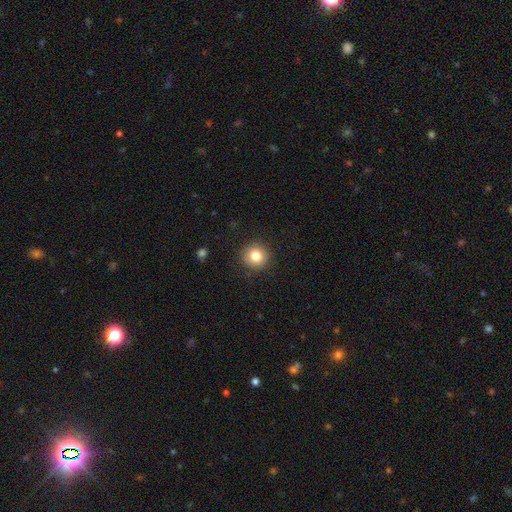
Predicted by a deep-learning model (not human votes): Morphology: type=smooth (82%); roundness=round (94%); merging=none (90%).